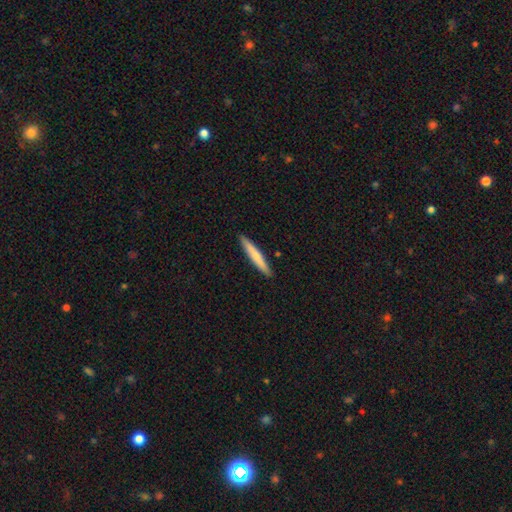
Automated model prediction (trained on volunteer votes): smooth_or_featured: smooth (p=0.71) [alt: featured or disk p=0.24]
how_rounded: cigar-shaped (p=0.95) [alt: in between p=0.04]
merging: none (p=0.92) [alt: minor disturbance p=0.06]